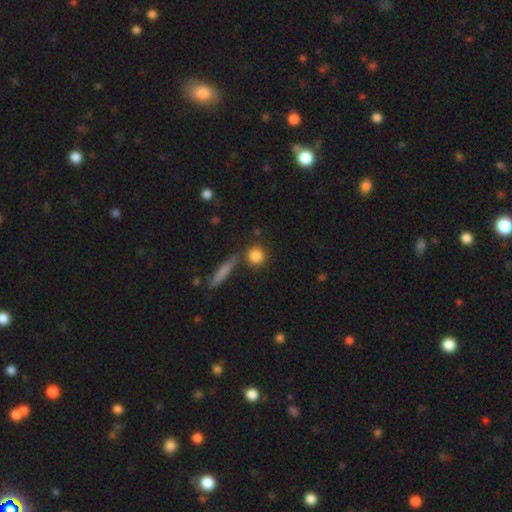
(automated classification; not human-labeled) Smooth or featured: smooth — 84% (star or artifact — 9%)
How rounded: round — 84% (in between — 9%)
Merging: none — 76% (merger — 11%)